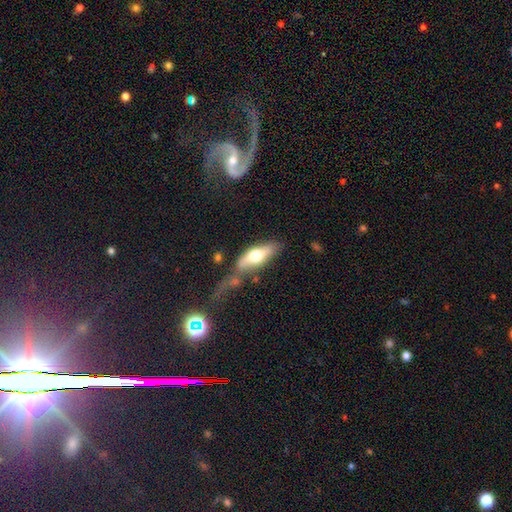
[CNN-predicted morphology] This is possibly a smooth galaxy (54%). How rounded: likely in between (63%). Merging: marginally none (44%).